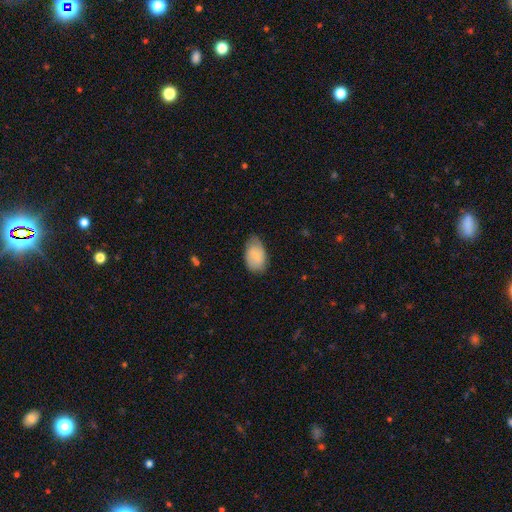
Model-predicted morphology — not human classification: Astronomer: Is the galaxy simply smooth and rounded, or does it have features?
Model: smooth — 72%.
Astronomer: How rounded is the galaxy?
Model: in between — 90%.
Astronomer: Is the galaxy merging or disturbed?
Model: none — 62%.